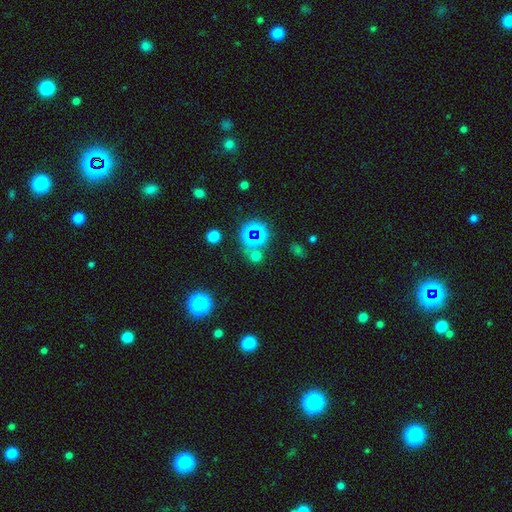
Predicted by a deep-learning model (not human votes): The model was most divided on "smooth or featured": smooth: 47%, star or artifact: 45%, featured or disk: 7%. More confident: merging — none (67%).